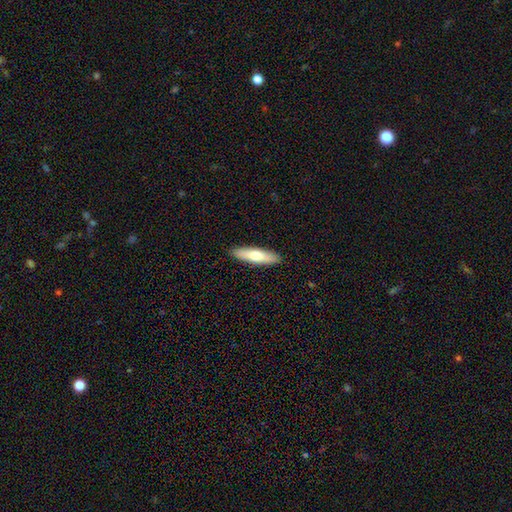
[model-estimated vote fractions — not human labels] A smooth galaxy with no disk features (64%) that is cigar-shaped (70%). Merging: none (91%).